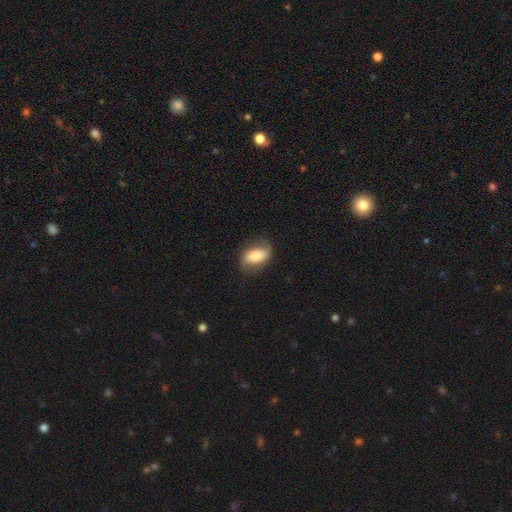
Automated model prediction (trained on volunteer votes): The model was most divided on "smooth or featured": smooth: 56%, featured or disk: 36%, star or artifact: 7%. More confident: how rounded — in between (87%); merging — none (71%).